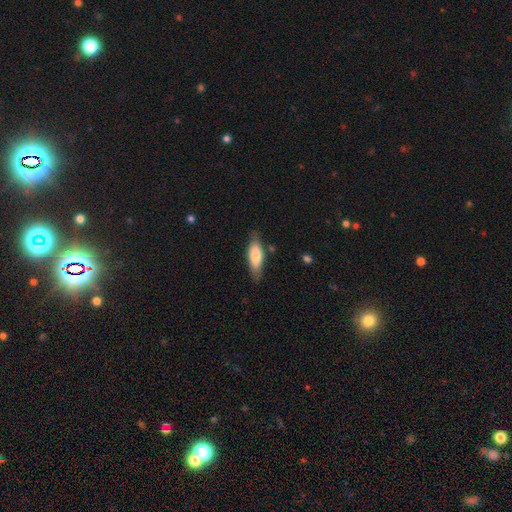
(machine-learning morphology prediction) The model was most divided on "how rounded": in between: 65%, cigar-shaped: 33%, round: 2%. More confident: smooth or featured — smooth (77%); merging — none (75%).